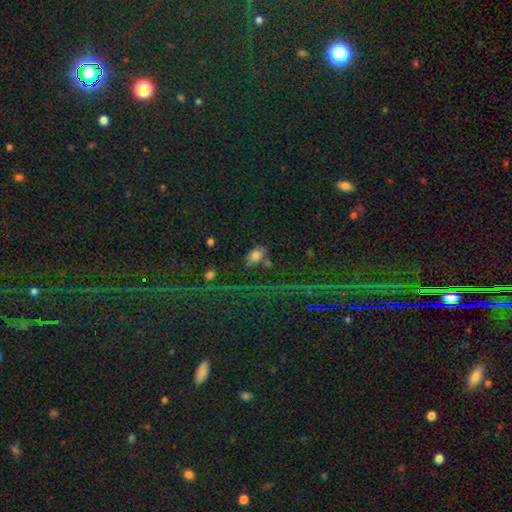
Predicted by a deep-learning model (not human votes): The model was most divided on "merging": none: 65%, minor disturbance: 18%, merger: 9%, major disturbance: 8%. More confident: how rounded — in between (84%); smooth or featured — smooth (76%).